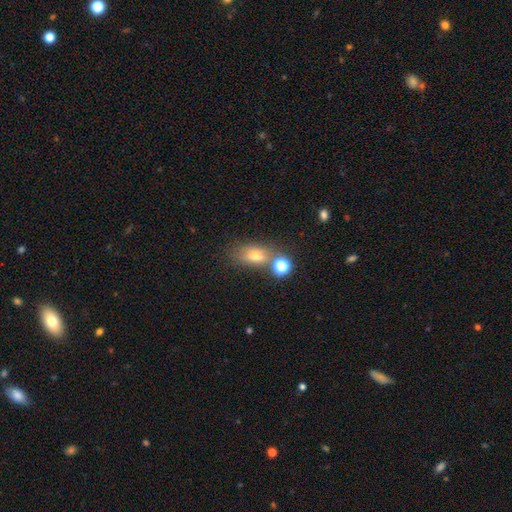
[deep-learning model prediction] The model was most divided on "merging": none: 54%, merger: 21%, minor disturbance: 16%, major disturbance: 8%. More confident: how rounded — in between (71%); smooth or featured — smooth (65%).